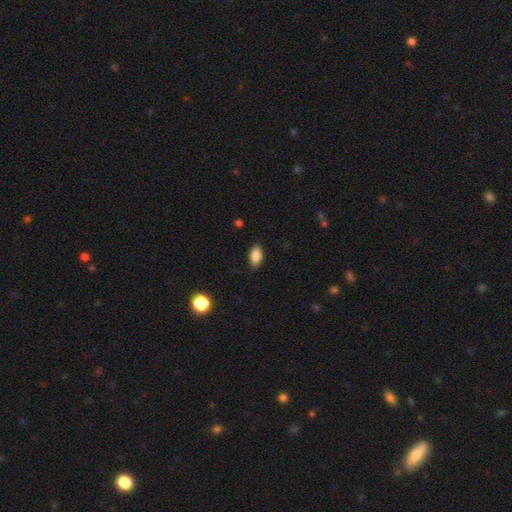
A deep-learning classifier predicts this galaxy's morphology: Smooth or featured?
  - smooth: 85% *
  - star or artifact: 8%
  - featured or disk: 7%
How rounded?
  - in between: 91% *
  - round: 5%
  - cigar-shaped: 4%
Merging?
  - none: 87% *
  - minor disturbance: 10%
  - major disturbance: 2%
  - merger: 1%